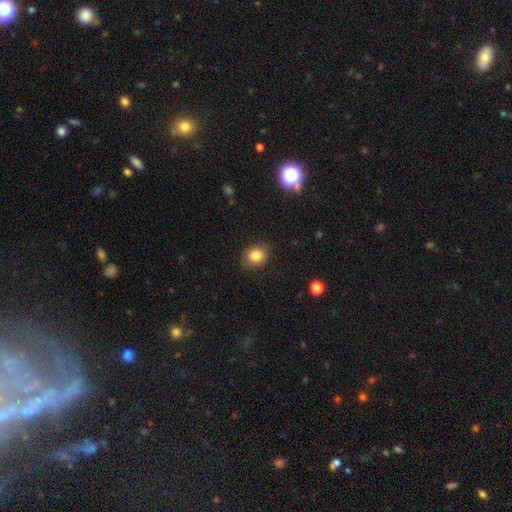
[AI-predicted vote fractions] A smooth galaxy with no disk features (82%) that is round (68%).

Vote fractions:
- Smooth or featured? smooth: 82% / star or artifact: 10% / featured or disk: 7%
- How rounded? round: 68% / in between: 31% / cigar-shaped: 1%
- Merging? none: 81% / minor disturbance: 14% / major disturbance: 4% / merger: 1%